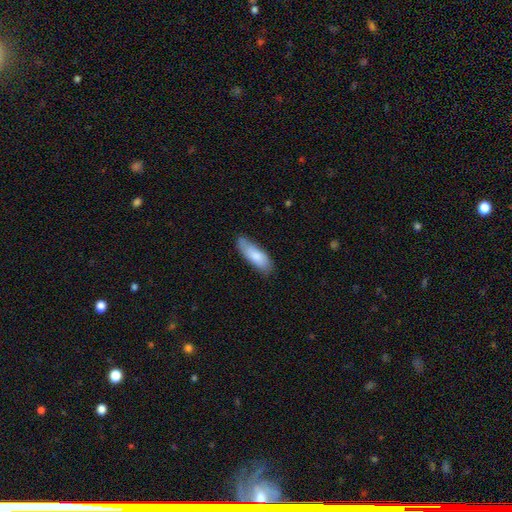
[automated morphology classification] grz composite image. It shows a smooth galaxy with no disk features (80%) that is in between round and cigar-shaped (62%). Merging: none (67%).